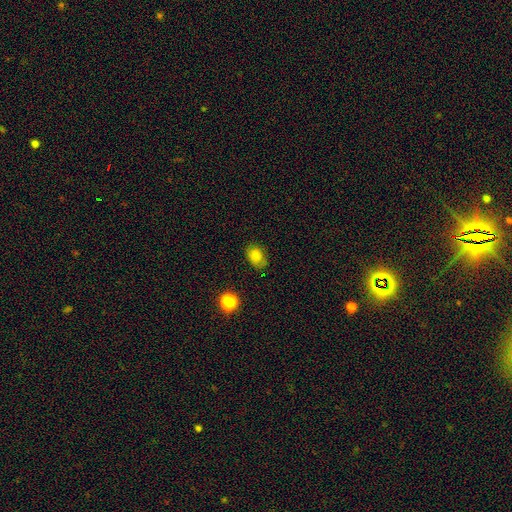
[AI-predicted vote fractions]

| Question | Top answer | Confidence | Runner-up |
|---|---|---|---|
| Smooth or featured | smooth | 80% | star or artifact (12%) |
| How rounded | in between | 78% | round (21%) |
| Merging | none | 74% | minor disturbance (20%) |